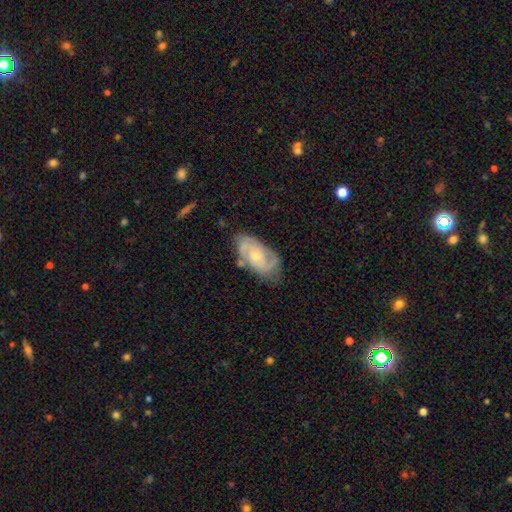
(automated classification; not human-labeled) Smooth or featured?
  - featured or disk: 68% *
  - smooth: 25%
  - star or artifact: 6%
Edge-on disk?
  - no: 94% *
  - yes: 6%
Bar?
  - no: 69% *
  - weak: 27%
  - strong: 4%
Spiral arms?
  - yes: 88% *
  - no: 12%
Spiral winding?
  - medium: 42% *
  - tight: 41%
  - loose: 17%
Spiral arm count?
  - 2: 59% *
  - can't tell: 23%
  - 3: 9%
  - 1: 6%
  - 4: 2%
  - more than 4: 2%
Bulge size?
  - small: 55% *
  - moderate: 40%
  - none: 3%
  - large: 2%
  - dominant: 1%
Merging?
  - none: 62% *
  - minor disturbance: 25%
  - major disturbance: 8%
  - merger: 4%